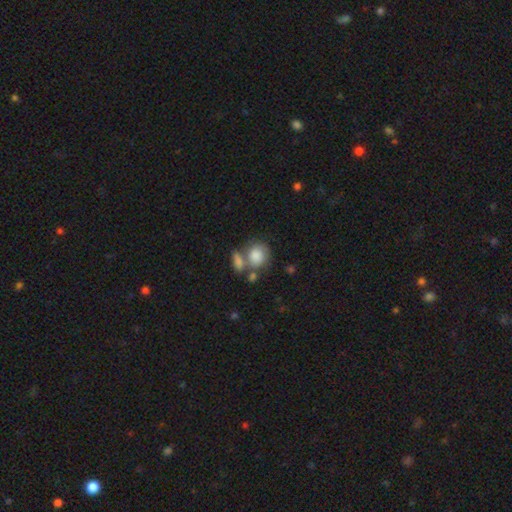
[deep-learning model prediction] This appears to be a smooth galaxy with no disk features (79%) that is round (64%). Merging: merger (40%).